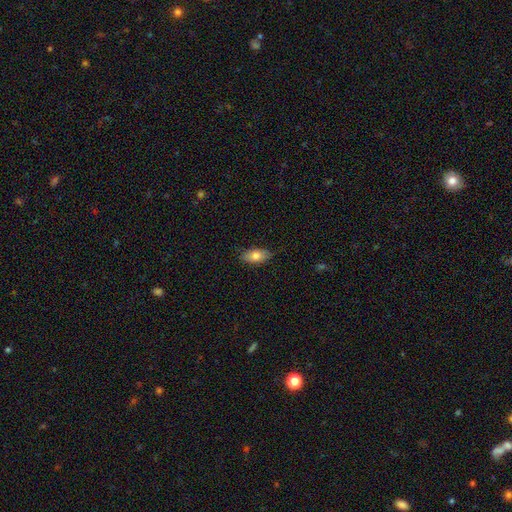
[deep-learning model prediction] smooth_or_featured: smooth (p=0.78) [alt: featured or disk p=0.15]
how_rounded: in between (p=0.88) [alt: cigar-shaped p=0.08]
merging: none (p=0.85) [alt: minor disturbance p=0.12]